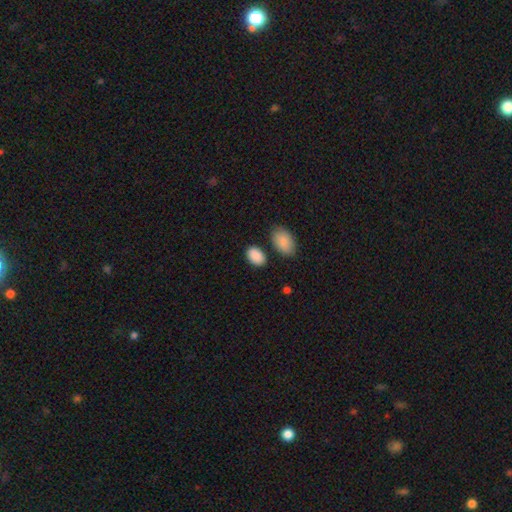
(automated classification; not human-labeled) Smooth or featured?
  - smooth: 90% *
  - star or artifact: 7%
  - featured or disk: 4%
How rounded?
  - in between: 89% *
  - round: 9%
  - cigar-shaped: 1%
Merging?
  - none: 77% *
  - minor disturbance: 13%
  - merger: 7%
  - major disturbance: 3%